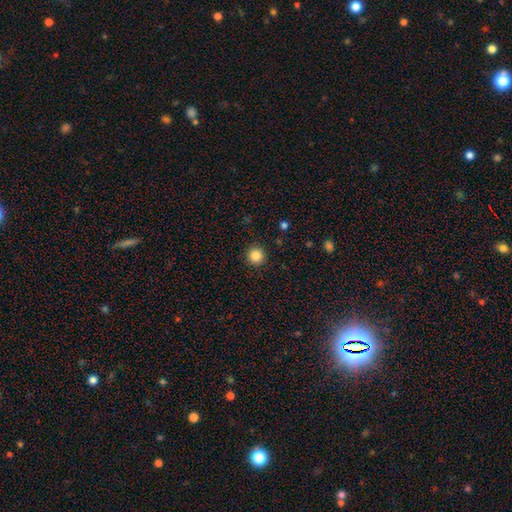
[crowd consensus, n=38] smooth 92%, featured or disk 8%, star or artifact 0%. Down the decision tree: how rounded — round (94%); merging — none (89%).